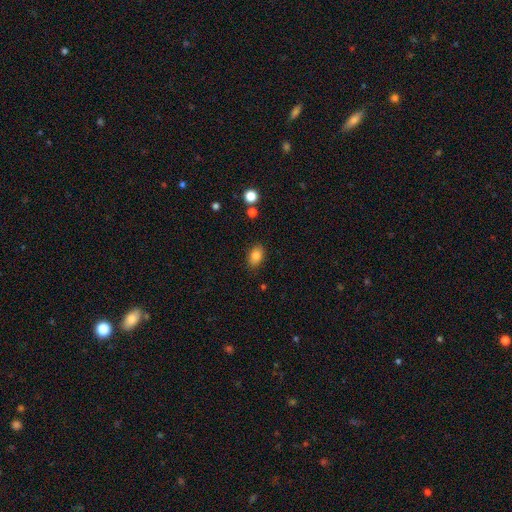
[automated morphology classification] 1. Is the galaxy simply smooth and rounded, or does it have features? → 84% smooth, 10% star or artifact, 7% featured or disk.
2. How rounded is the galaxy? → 85% in between, 14% round, 2% cigar-shaped.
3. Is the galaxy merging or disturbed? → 86% none, 10% minor disturbance, 3% major disturbance, 2% merger.